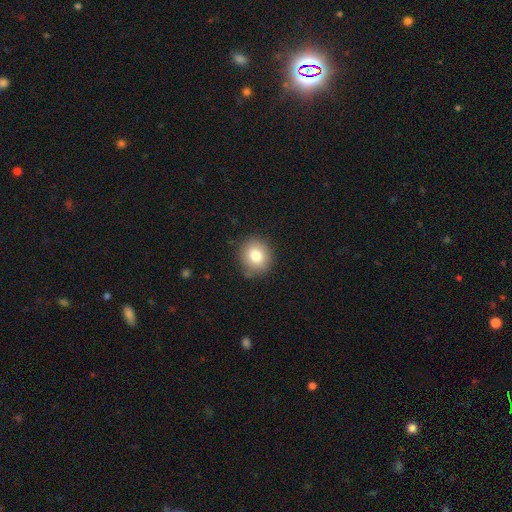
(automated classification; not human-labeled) The model was most divided on "how rounded": round: 77%, in between: 22%, cigar-shaped: 1%. More confident: merging — none (85%); smooth or featured — smooth (80%).